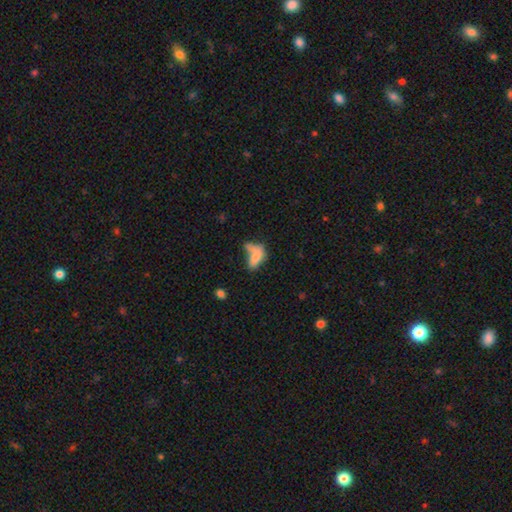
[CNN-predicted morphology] A smooth galaxy with no disk features (71%) that is in between round and cigar-shaped (81%).

Vote fractions:
- Smooth or featured? smooth: 71% / featured or disk: 18% / star or artifact: 11%
- How rounded? in between: 81% / cigar-shaped: 13% / round: 6%
- Merging? merger: 29% / major disturbance: 26% / none: 25% / minor disturbance: 20%